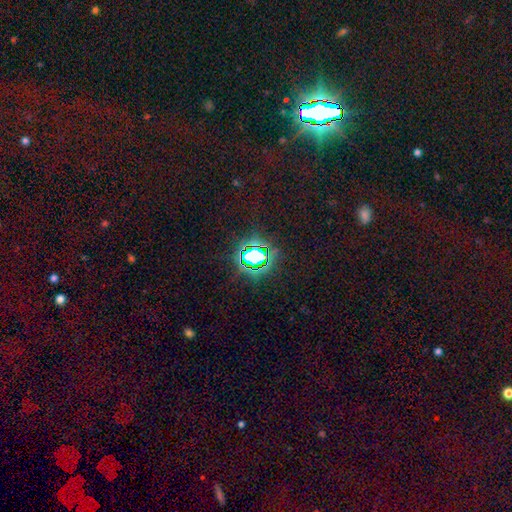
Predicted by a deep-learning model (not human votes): This appears to be a star or artifact, not a galaxy (72%).